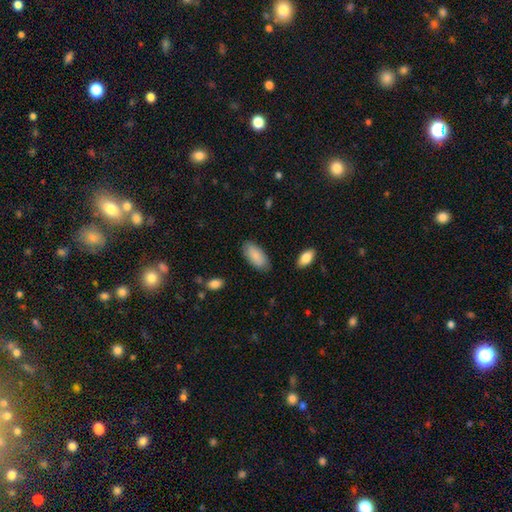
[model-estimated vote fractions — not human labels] smooth_or_featured: smooth (p=0.88) [alt: featured or disk p=0.07]
how_rounded: in between (p=0.89) [alt: cigar-shaped p=0.10]
merging: none (p=0.84) [alt: minor disturbance p=0.12]